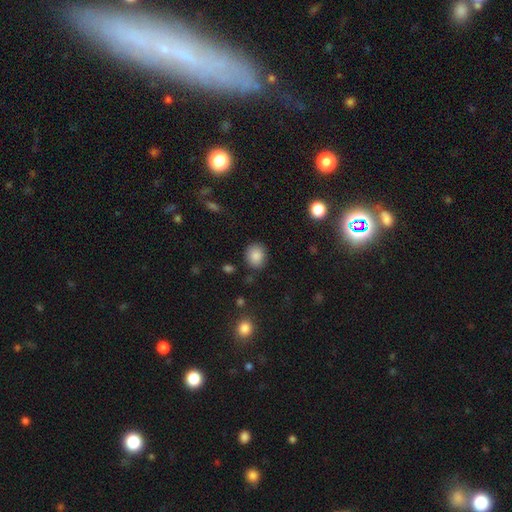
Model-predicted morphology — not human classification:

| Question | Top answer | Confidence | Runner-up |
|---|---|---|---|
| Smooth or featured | smooth | 86% | star or artifact (9%) |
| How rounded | round | 70% | in between (30%) |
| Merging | none | 85% | minor disturbance (10%) |